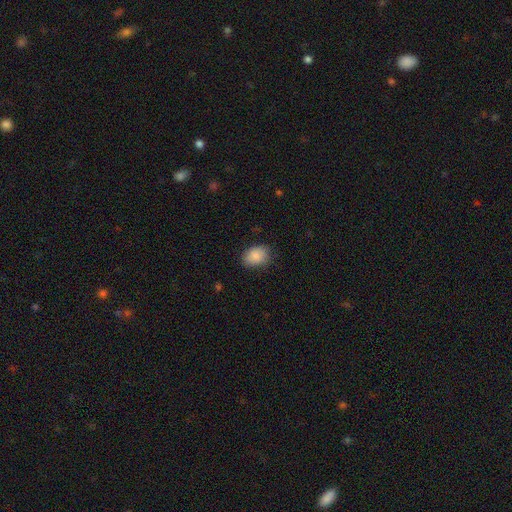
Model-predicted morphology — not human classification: smooth_or_featured: smooth (p=0.87) [alt: star or artifact p=0.08]
how_rounded: in between (p=0.71) [alt: round p=0.28]
merging: none (p=0.81) [alt: minor disturbance p=0.15]